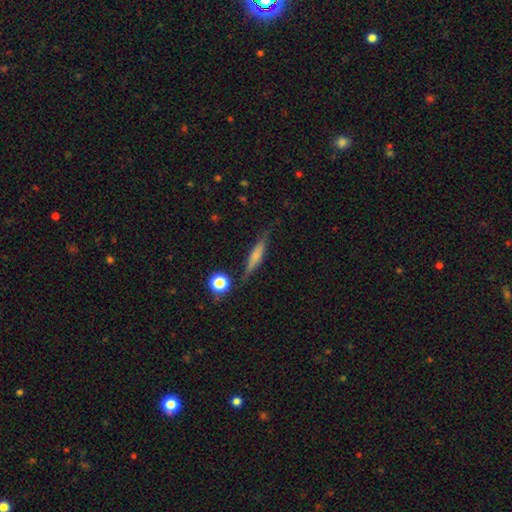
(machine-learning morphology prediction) Smooth or featured: smooth — 47% (featured or disk — 44%)
Merging: none — 80% (minor disturbance — 13%)